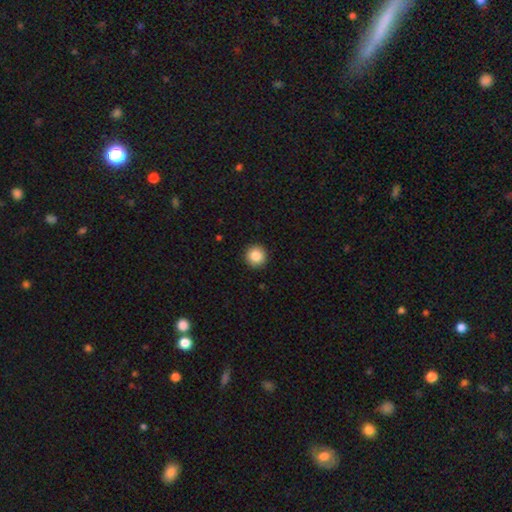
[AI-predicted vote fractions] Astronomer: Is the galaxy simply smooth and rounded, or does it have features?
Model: smooth — 86%.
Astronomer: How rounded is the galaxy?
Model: round — 95%.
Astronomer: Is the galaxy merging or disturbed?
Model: none — 93%.